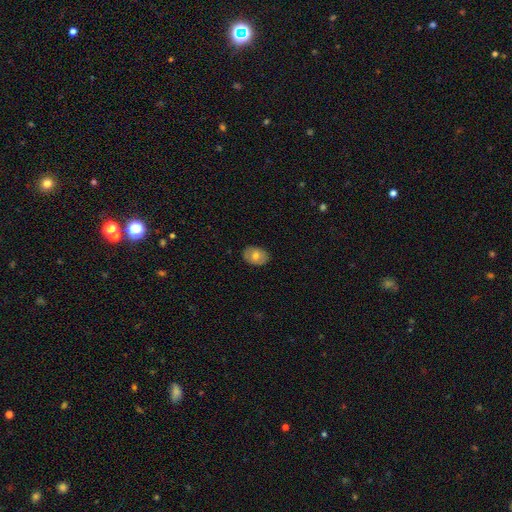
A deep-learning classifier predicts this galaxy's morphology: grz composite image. It shows a smooth galaxy with no disk features (68%) that is in between round and cigar-shaped (76%). Merging: none (86%).